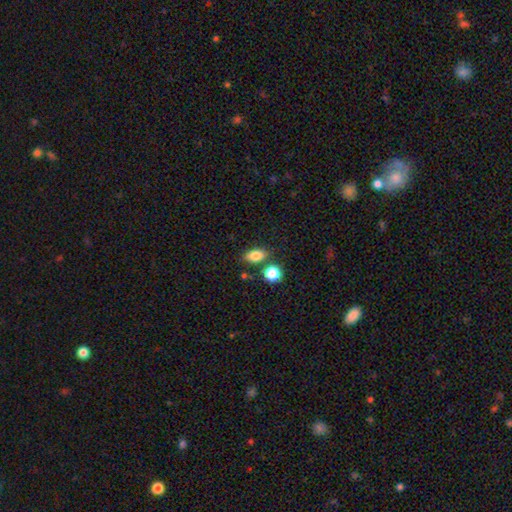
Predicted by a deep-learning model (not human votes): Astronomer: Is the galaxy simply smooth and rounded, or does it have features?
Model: smooth — 82%.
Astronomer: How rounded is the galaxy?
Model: in between — 80%.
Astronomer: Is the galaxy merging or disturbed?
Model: none — 74%.